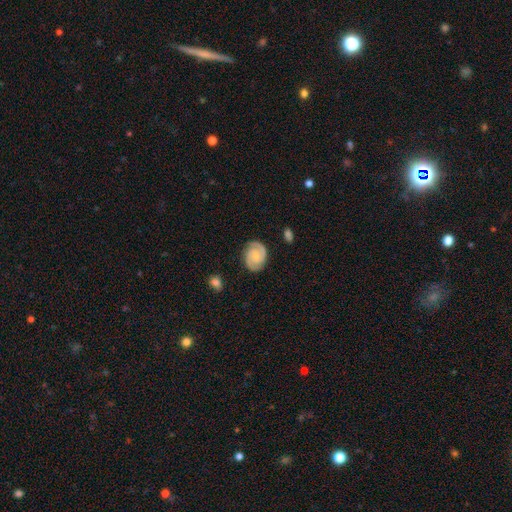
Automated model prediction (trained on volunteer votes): A featured or disk galaxy (81%) with no bar (65%), 2 (88%) tight (59%) spiral arms (97%) and a small central bulge (56%).

Vote fractions:
- Smooth or featured? featured or disk: 81% / smooth: 13% / star or artifact: 6%
- Edge-on disk? no: 98% / yes: 2%
- Bar? no: 65% / weak: 29% / strong: 6%
- Spiral arms? yes: 97% / no: 3%
- Spiral winding? tight: 59% / medium: 35% / loose: 6%
- Spiral arm count? 2: 88% / can't tell: 5% / 3: 4% / 1: 2% / 4: 1% / more than 4: 1%
- Bulge size? small: 56% / none: 21% / moderate: 20% / large: 2% / dominant: 1%
- Merging? none: 83% / minor disturbance: 12% / major disturbance: 3% / merger: 1%